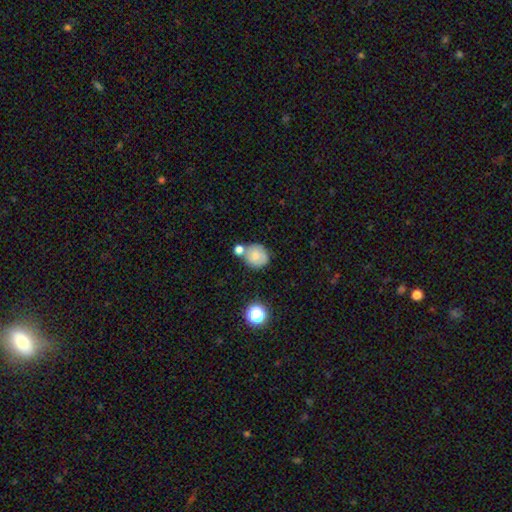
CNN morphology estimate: Smooth or featured: smooth — 75% (featured or disk — 15%)
How rounded: round — 82% (in between — 17%)
Merging: none — 55% (merger — 27%)